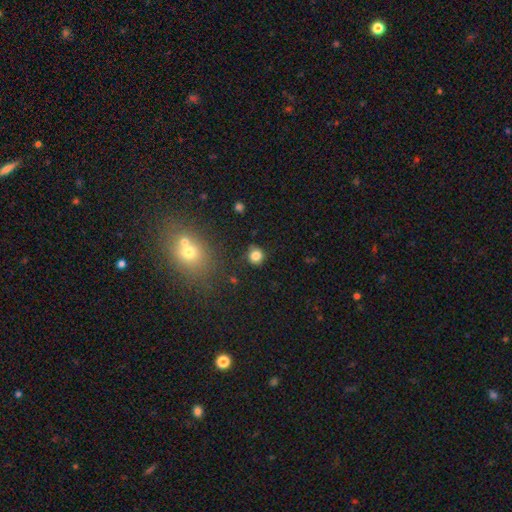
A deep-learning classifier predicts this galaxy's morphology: smooth-or-featured: smooth: 82% | star or artifact: 12% | featured or disk: 6%
  how-rounded: round: 87% | in between: 12% | cigar-shaped: 1%
  merging: none: 82% | minor disturbance: 11% | major disturbance: 3% | merger: 3%